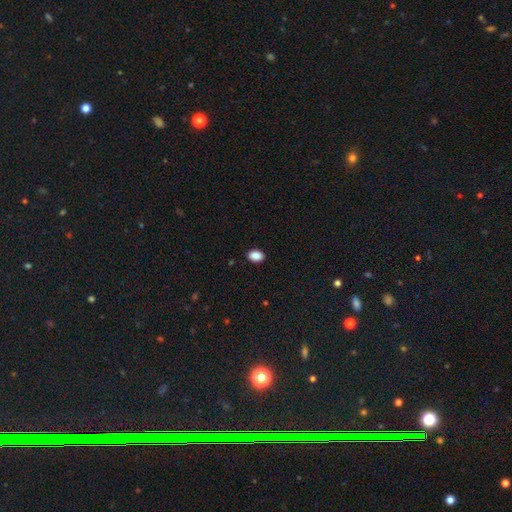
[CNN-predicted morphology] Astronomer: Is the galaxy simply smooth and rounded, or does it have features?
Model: smooth — 89%.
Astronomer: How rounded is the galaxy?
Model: in between — 81%.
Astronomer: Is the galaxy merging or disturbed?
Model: none — 90%.